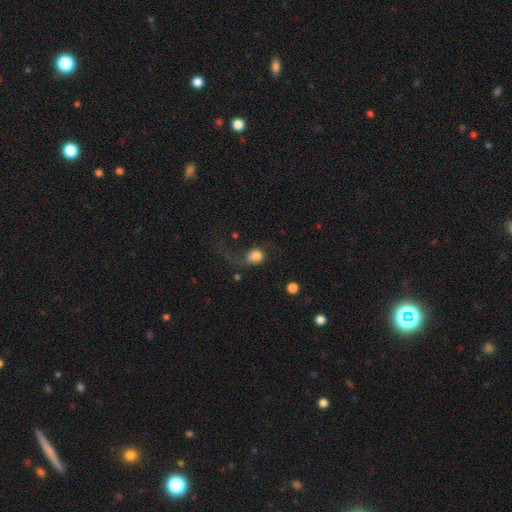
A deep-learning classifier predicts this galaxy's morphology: smooth 65%, featured or disk 25%, star or artifact 10%. Down the decision tree: how rounded — round (73%); merging — major disturbance (51%).